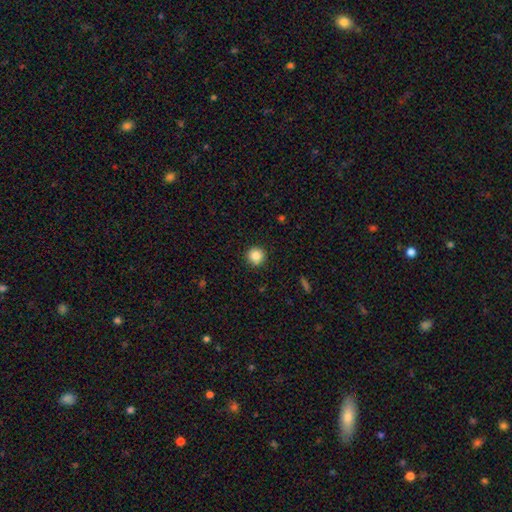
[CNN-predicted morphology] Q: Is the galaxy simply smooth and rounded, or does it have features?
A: smooth — 85%.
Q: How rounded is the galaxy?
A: round — 95%.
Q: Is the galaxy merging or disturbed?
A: none — 91%.